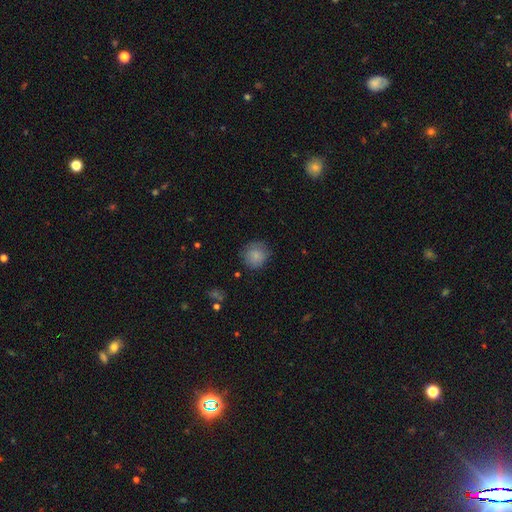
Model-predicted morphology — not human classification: Q: Smooth or featured?
A: smooth (84%); runner-up: star or artifact (9%)
Q: How rounded?
A: round (90%); runner-up: in between (9%)
Q: Merging?
A: none (79%); runner-up: minor disturbance (15%)